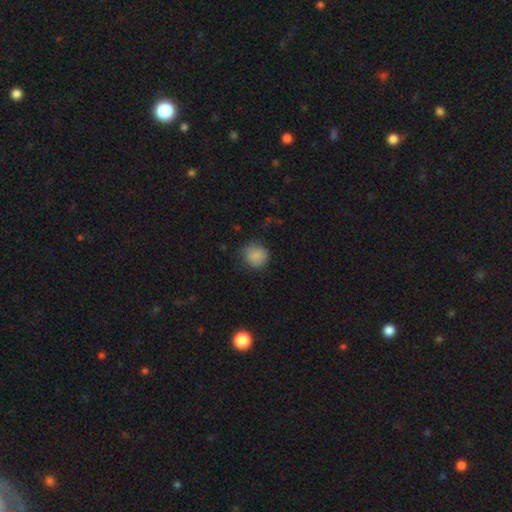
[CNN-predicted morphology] This appears to be a smooth galaxy with no disk features (84%) that is round (86%). Merging: none (75%).